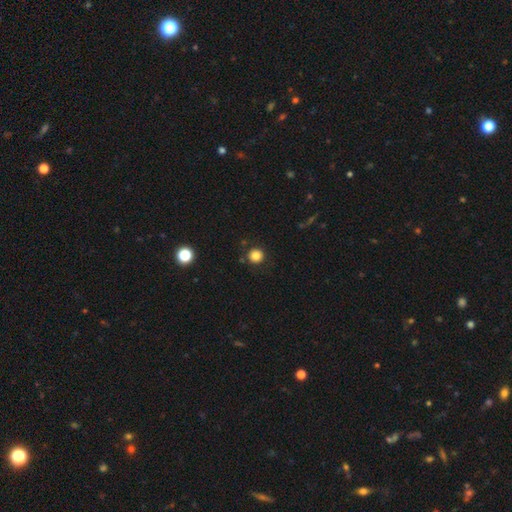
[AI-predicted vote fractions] Smooth or featured: smooth — 83% (star or artifact — 12%)
How rounded: round — 93% (in between — 6%)
Merging: none — 88% (minor disturbance — 8%)